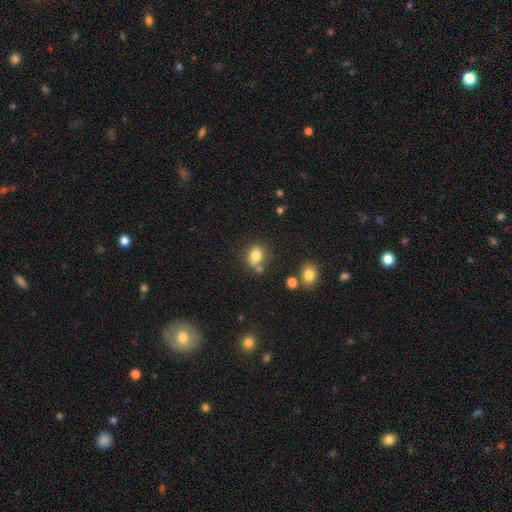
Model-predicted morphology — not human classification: Q: Smooth or featured?
A: smooth (80%); runner-up: star or artifact (12%)
Q: How rounded?
A: round (59%); runner-up: in between (39%)
Q: Merging?
A: none (57%); runner-up: merger (19%)